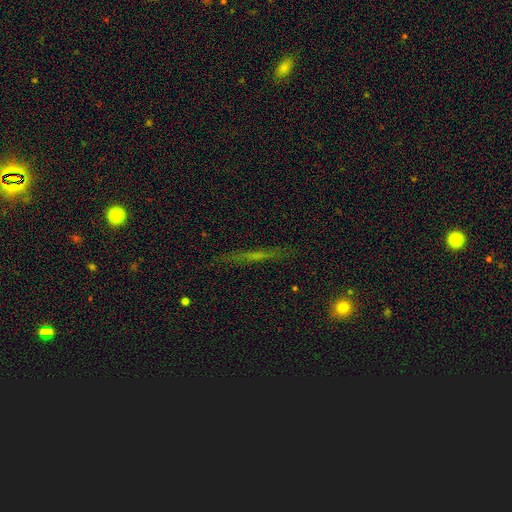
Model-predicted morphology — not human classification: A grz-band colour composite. It shows a featured or disk galaxy (50%). Merging: none (85%).